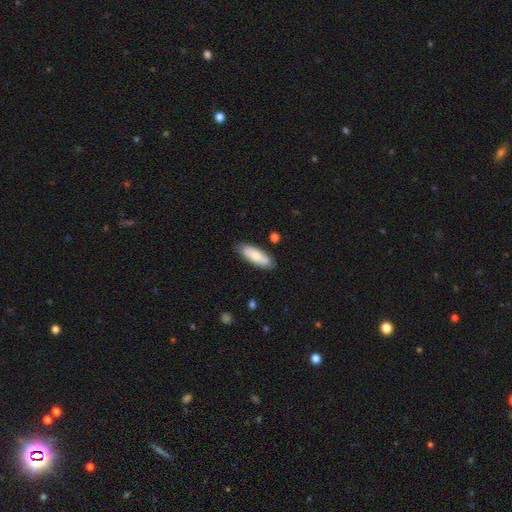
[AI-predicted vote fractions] smooth-or-featured: smooth: 73% | featured or disk: 21% | star or artifact: 6%
  how-rounded: in between: 62% | cigar-shaped: 36% | round: 2%
  merging: none: 84% | minor disturbance: 12% | major disturbance: 2% | merger: 2%